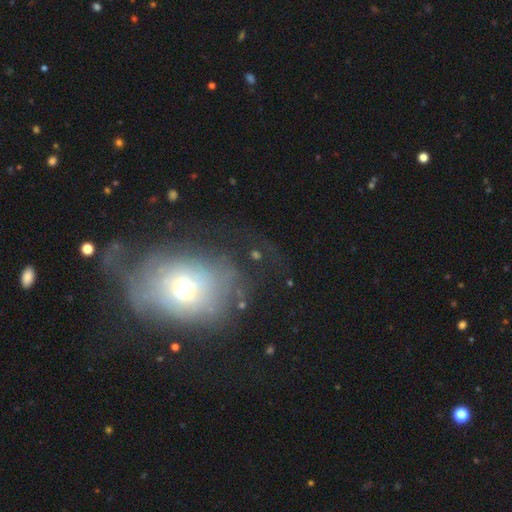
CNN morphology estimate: Smooth or featured? smooth (41%)
Merging? none (46%)